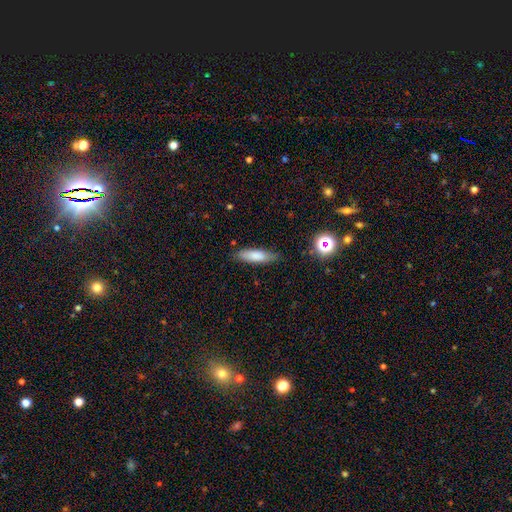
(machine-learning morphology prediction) smooth 79%, featured or disk 14%, star or artifact 7%. Down the decision tree: how rounded — cigar-shaped (64%); merging — none (82%).